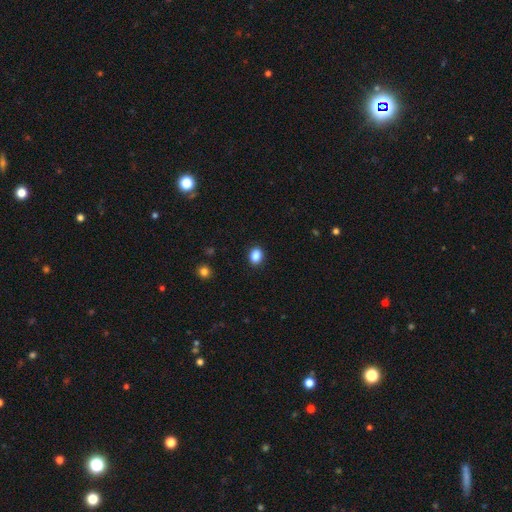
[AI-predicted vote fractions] smooth 87%, star or artifact 10%, featured or disk 3%. Down the decision tree: how rounded — in between (58%); merging — none (90%).